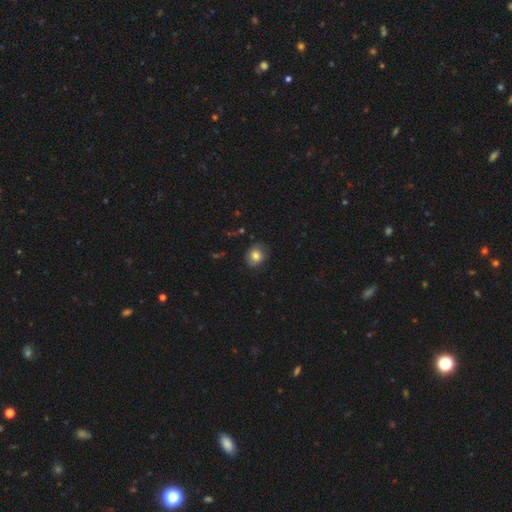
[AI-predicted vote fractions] Smooth or featured?
  - smooth: 78% *
  - featured or disk: 13%
  - star or artifact: 10%
How rounded?
  - round: 61% *
  - in between: 38%
  - cigar-shaped: 1%
Merging?
  - none: 77% *
  - minor disturbance: 18%
  - major disturbance: 4%
  - merger: 1%